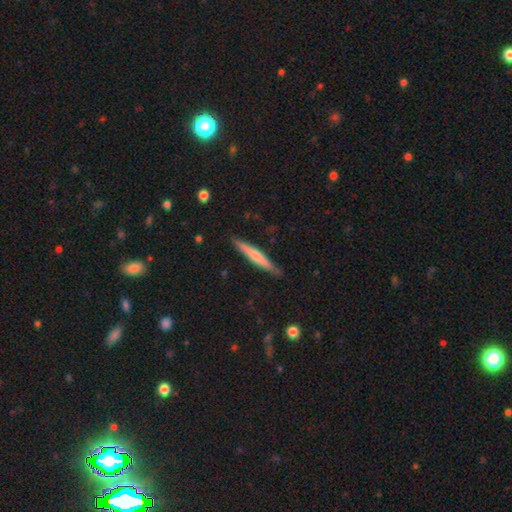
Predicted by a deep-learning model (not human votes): Q: Smooth or featured?
A: smooth (53%); runner-up: featured or disk (42%)
Q: How rounded?
A: cigar-shaped (95%); runner-up: in between (4%)
Q: Merging?
A: none (87%); runner-up: minor disturbance (10%)